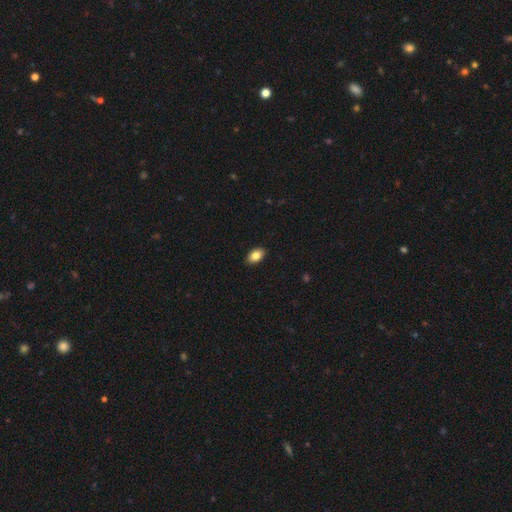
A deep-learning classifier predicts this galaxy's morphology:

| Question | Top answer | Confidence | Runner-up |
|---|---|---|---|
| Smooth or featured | smooth | 84% | featured or disk (8%) |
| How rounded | in between | 90% | round (8%) |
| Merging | none | 89% | minor disturbance (8%) |